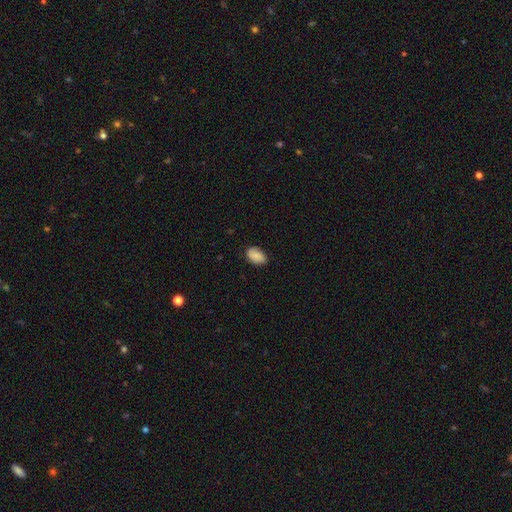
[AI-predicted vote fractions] smooth-or-featured: smooth: 81% | featured or disk: 12% | star or artifact: 7%
  how-rounded: in between: 90% | round: 8% | cigar-shaped: 1%
  merging: none: 79% | minor disturbance: 17% | major disturbance: 3% | merger: 1%